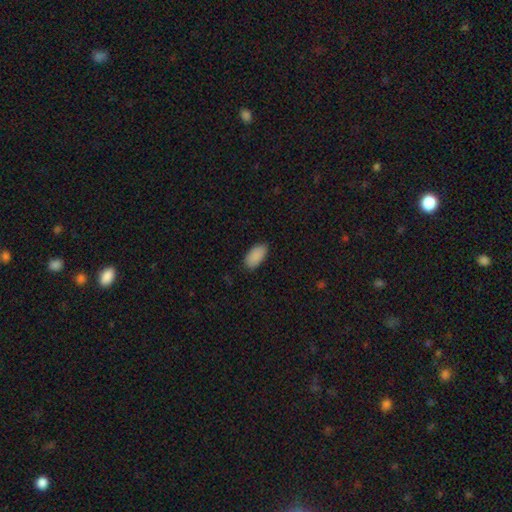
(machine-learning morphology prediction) Smooth or featured? Predicted: smooth (p=0.90). How rounded? Predicted: in between (p=0.94). Merging? Predicted: none (p=0.84).